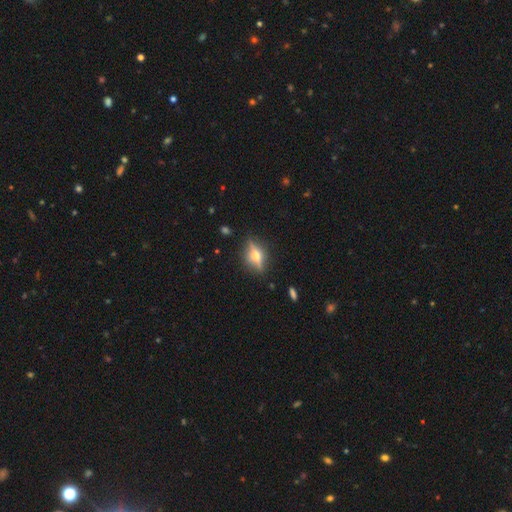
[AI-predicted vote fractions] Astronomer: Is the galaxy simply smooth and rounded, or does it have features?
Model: featured or disk — 67%.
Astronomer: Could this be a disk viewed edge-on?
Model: yes — 90%.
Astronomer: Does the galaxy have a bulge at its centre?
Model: rounded — 95%.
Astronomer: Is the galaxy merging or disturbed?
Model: none — 84%.